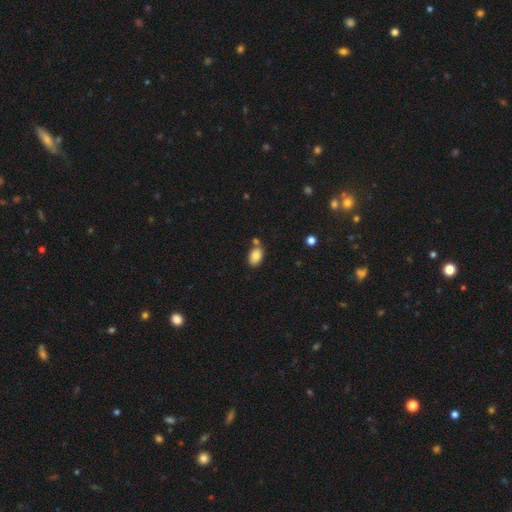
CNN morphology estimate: Smooth or featured? smooth (84%)
How rounded? in between (89%)
Merging? none (65%)